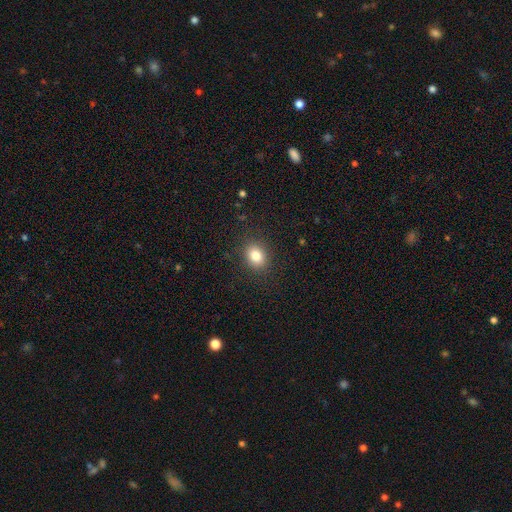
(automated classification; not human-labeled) This appears to be a smooth galaxy with no disk features (82%) that is round (50%). Merging: none (87%).